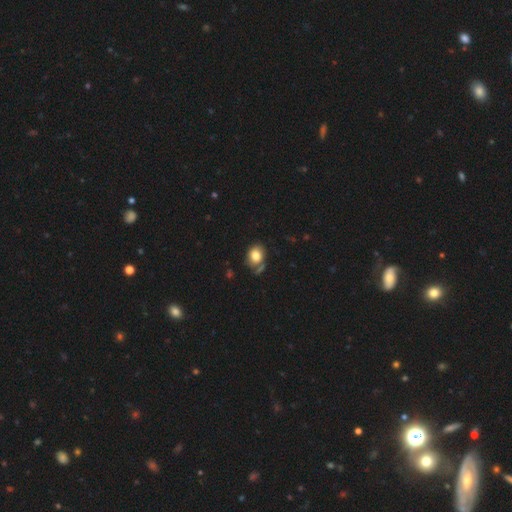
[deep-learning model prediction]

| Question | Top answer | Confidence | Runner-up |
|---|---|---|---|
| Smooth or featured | smooth | 79% | featured or disk (12%) |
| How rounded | in between | 55% | round (44%) |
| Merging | none | 61% | minor disturbance (20%) |